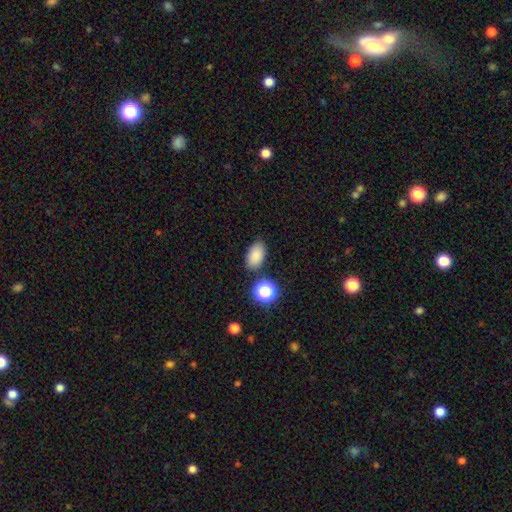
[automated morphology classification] Smooth or featured? Predicted: smooth (p=0.84). How rounded? Predicted: in between (p=0.89). Merging? Predicted: none (p=0.81).